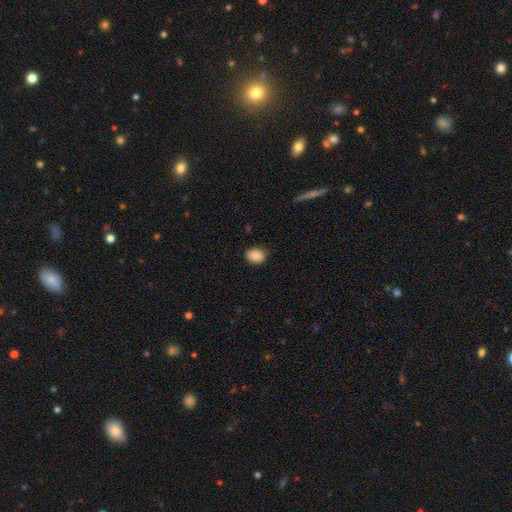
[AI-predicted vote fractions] Smooth or featured?
  - smooth: 86% *
  - star or artifact: 8%
  - featured or disk: 6%
How rounded?
  - in between: 51% *
  - round: 48%
  - cigar-shaped: 1%
Merging?
  - none: 83% *
  - minor disturbance: 13%
  - major disturbance: 3%
  - merger: 1%